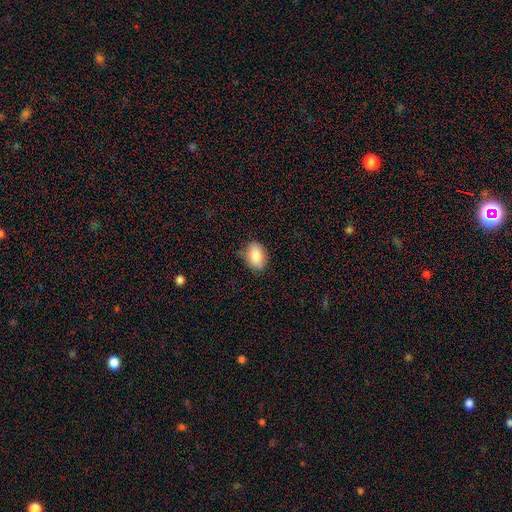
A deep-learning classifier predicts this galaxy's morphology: Overall: smooth (87%). How rounded: in between (84%). Merging: none (77%).